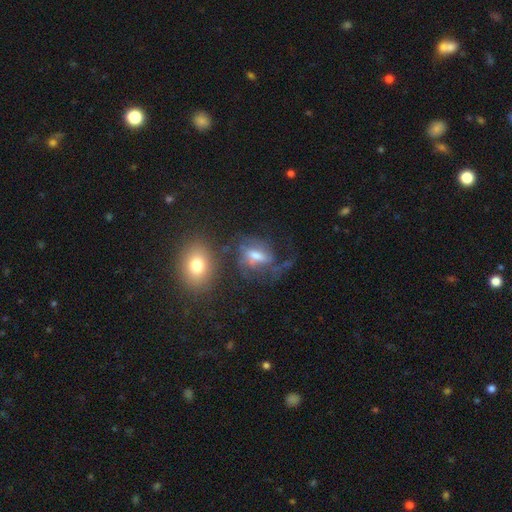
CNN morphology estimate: This is likely a featured or disk galaxy (61%). It is clearly not viewed edge-on (94%). Bar: possibly weak (46%). Spiral arm pattern: likely yes (78%). Central bulge: possibly moderate (51%). Merging: marginally none (41%).